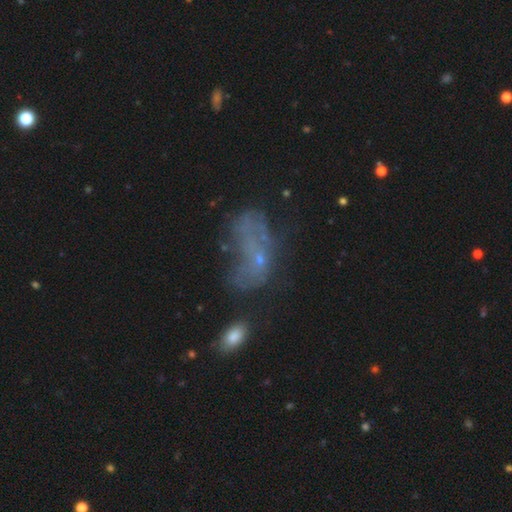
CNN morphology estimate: The model was most divided on "merging": major disturbance: 35%, none: 26%, merger: 22%, minor disturbance: 17%. Remaining: smooth or featured — featured or disk (43%).